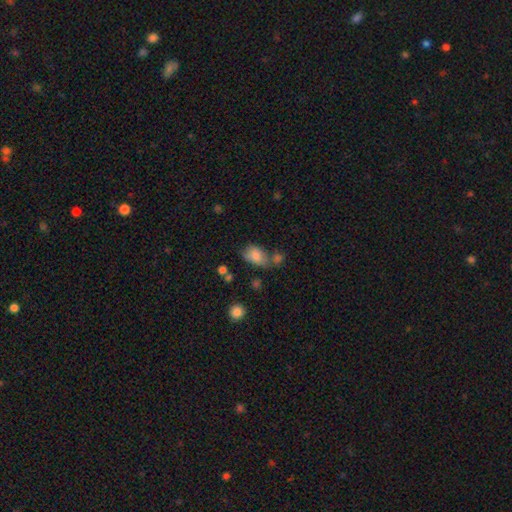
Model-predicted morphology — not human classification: Smooth or featured: smooth — 80% (featured or disk — 11%)
How rounded: in between — 85% (round — 14%)
Merging: none — 46% (minor disturbance — 23%)